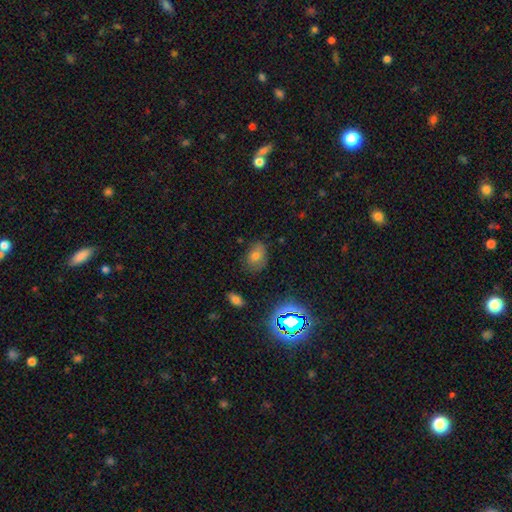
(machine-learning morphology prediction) smooth 70%, star or artifact 18%, featured or disk 12%. Down the decision tree: how rounded — in between (70%); merging — none (71%).